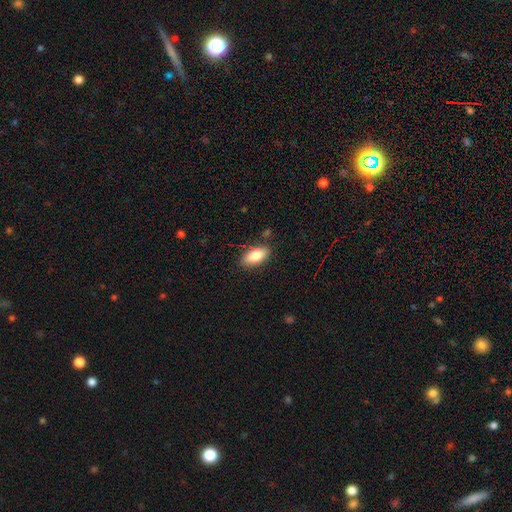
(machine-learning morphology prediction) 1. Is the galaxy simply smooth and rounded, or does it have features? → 84% smooth, 10% featured or disk, 7% star or artifact.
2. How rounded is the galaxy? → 89% in between, 8% cigar-shaped, 3% round.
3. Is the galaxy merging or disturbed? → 84% none, 12% minor disturbance, 2% major disturbance, 2% merger.